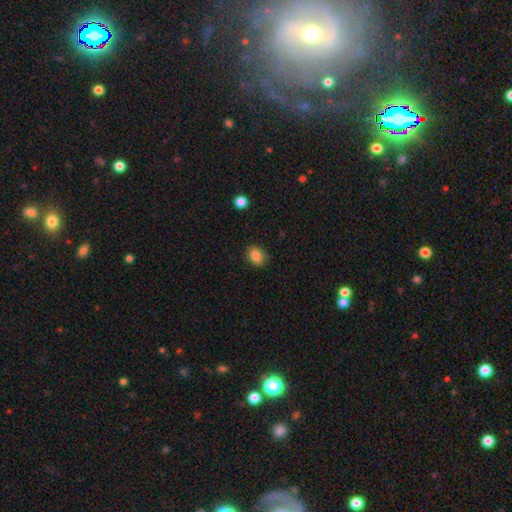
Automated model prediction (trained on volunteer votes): This appears to be a smooth galaxy with no disk features (85%) that is in between round and cigar-shaped (65%). Merging: none (83%).